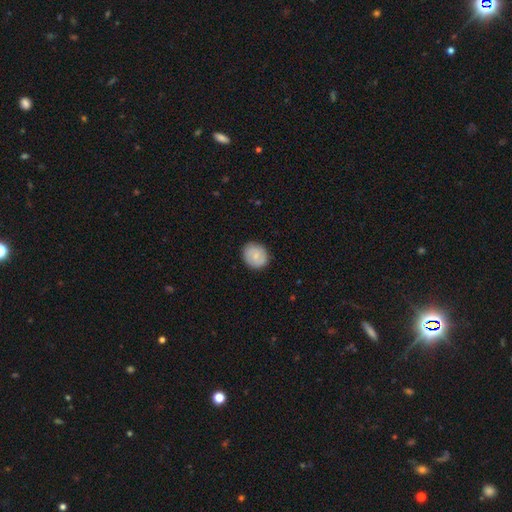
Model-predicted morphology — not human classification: A smooth galaxy with no disk features (71%) that is round (72%). Merging: none (86%).